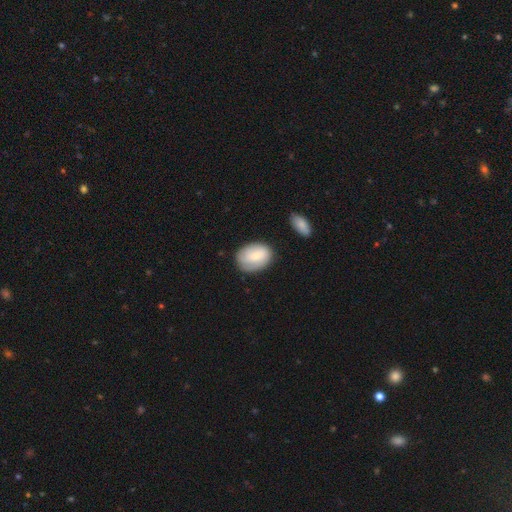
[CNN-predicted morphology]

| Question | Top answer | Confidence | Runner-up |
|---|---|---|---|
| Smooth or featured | smooth | 72% | featured or disk (22%) |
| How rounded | in between | 75% | round (24%) |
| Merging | none | 71% | minor disturbance (21%) |